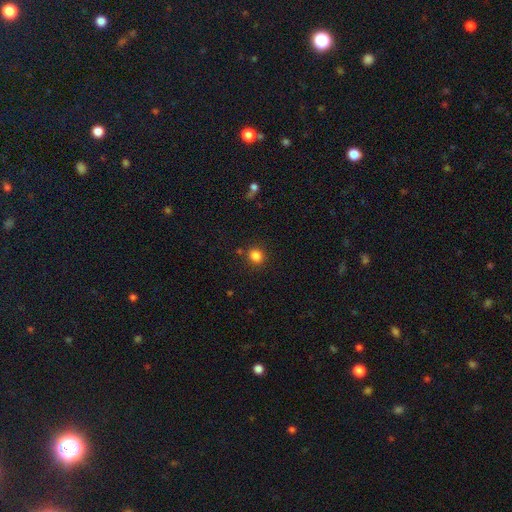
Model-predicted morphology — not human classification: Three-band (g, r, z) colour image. It shows a smooth galaxy with no disk features (84%) that is round (78%). Merging: none (85%).